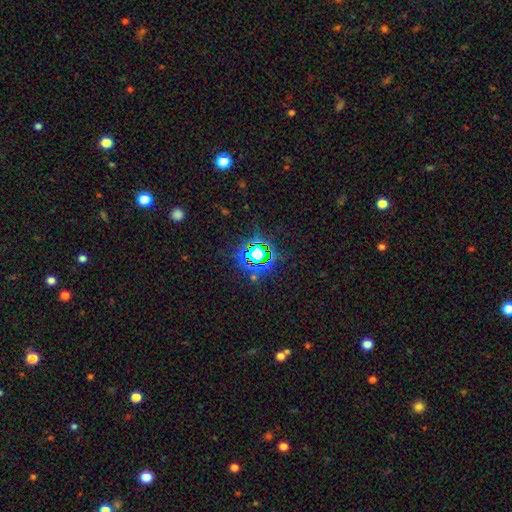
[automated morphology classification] type=star or artifact (76%).